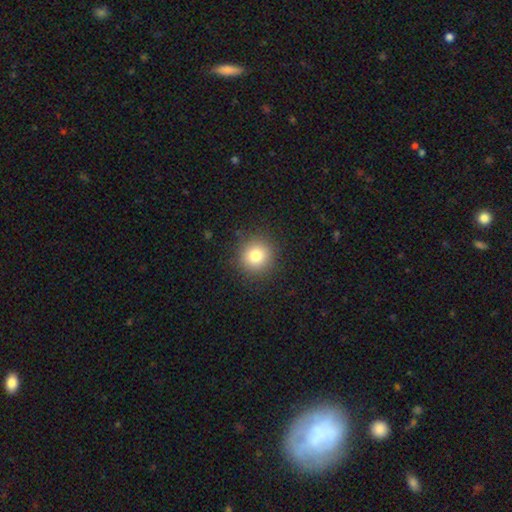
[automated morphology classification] smooth 80%, star or artifact 12%, featured or disk 8%. Down the decision tree: how rounded — round (94%); merging — none (90%).